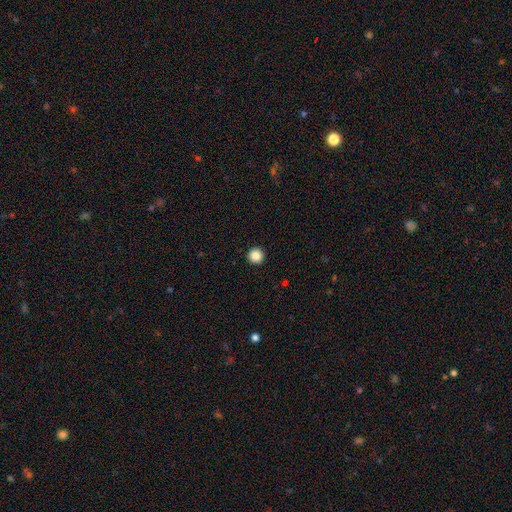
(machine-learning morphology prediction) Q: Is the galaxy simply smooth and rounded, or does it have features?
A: smooth — 87%.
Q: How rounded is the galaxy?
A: round — 96%.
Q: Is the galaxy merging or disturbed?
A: none — 94%.